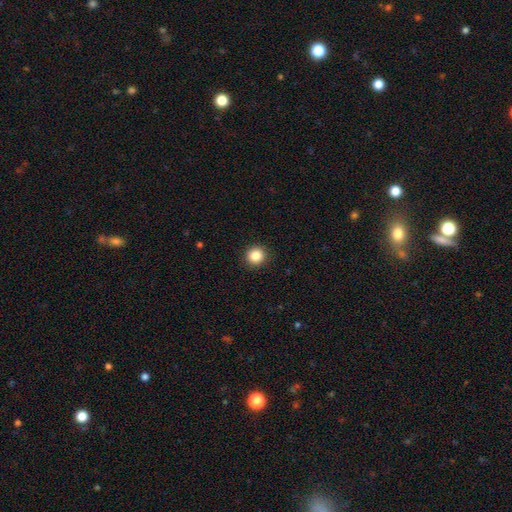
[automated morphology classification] This appears to be a smooth galaxy with no disk features (86%) that is round (94%). Merging: none (92%).